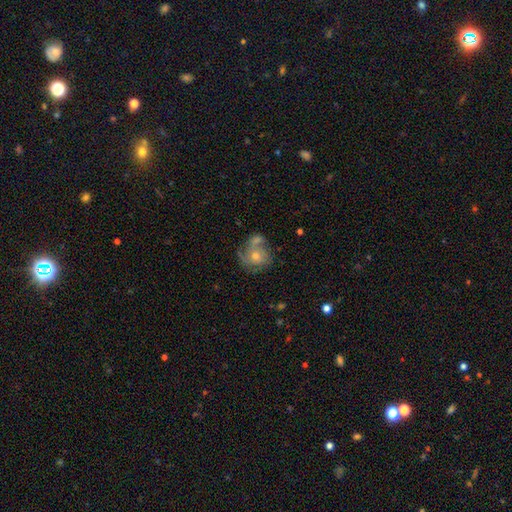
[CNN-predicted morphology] type=featured or disk (59%); edge-on=no (97%); bar=no (77%); spiral arms=yes (77%); bulge=moderate (63%); merging=none (46%).